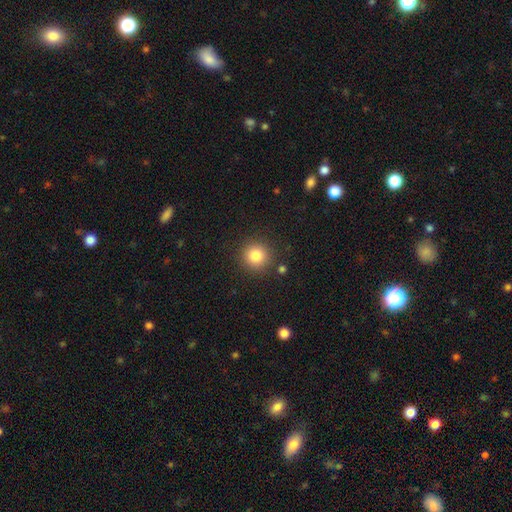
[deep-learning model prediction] smooth-or-featured: smooth: 83% | star or artifact: 11% | featured or disk: 6%
  how-rounded: round: 93% | in between: 6% | cigar-shaped: 1%
  merging: none: 88% | minor disturbance: 7% | major disturbance: 3% | merger: 2%